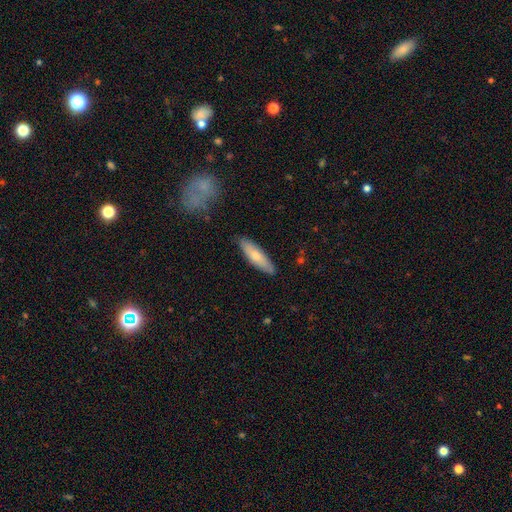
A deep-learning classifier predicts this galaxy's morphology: smooth_or_featured: smooth (p=0.68) [alt: featured or disk p=0.26]
how_rounded: cigar-shaped (p=0.63) [alt: in between p=0.36]
merging: none (p=0.84) [alt: minor disturbance p=0.12]